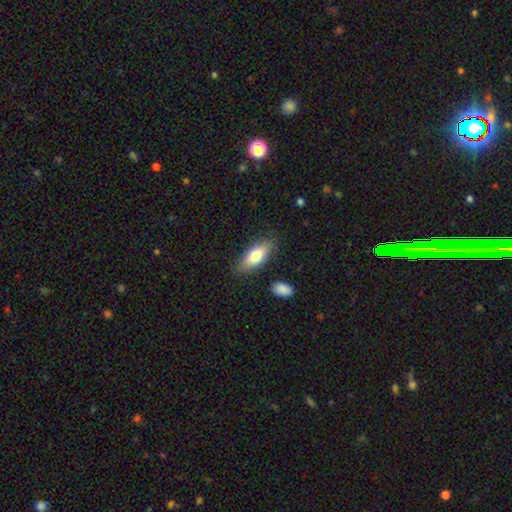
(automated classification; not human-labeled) Q: Smooth or featured?
A: smooth (73%); runner-up: featured or disk (20%)
Q: How rounded?
A: in between (70%); runner-up: cigar-shaped (28%)
Q: Merging?
A: none (83%); runner-up: minor disturbance (12%)